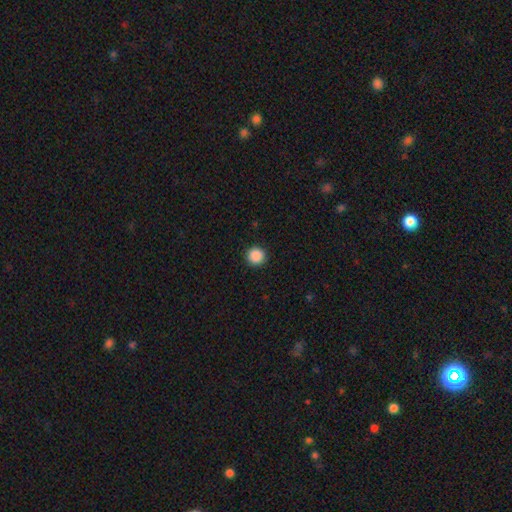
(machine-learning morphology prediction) type=smooth (89%); roundness=round (96%); merging=none (93%).